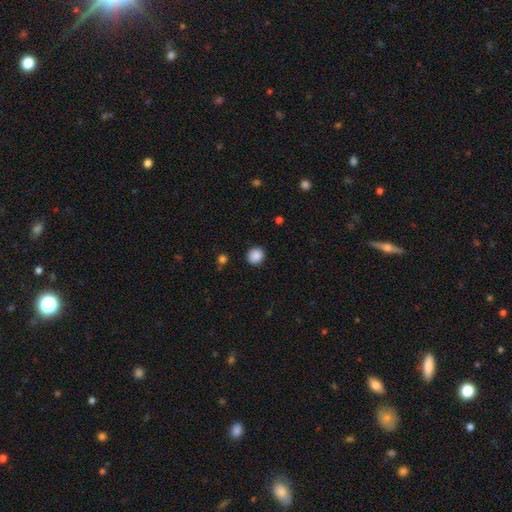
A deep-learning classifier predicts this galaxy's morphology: Q: Smooth or featured?
A: smooth (88%); runner-up: star or artifact (9%)
Q: How rounded?
A: round (85%); runner-up: in between (14%)
Q: Merging?
A: none (90%); runner-up: minor disturbance (7%)